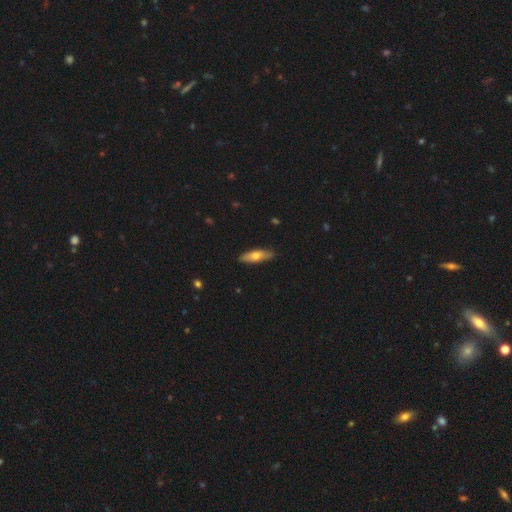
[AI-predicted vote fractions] A smooth galaxy with no disk features (61%) that is cigar-shaped (54%).

Vote fractions:
- Smooth or featured? smooth: 61% / featured or disk: 33% / star or artifact: 6%
- How rounded? cigar-shaped: 54% / in between: 43% / round: 2%
- Merging? none: 88% / minor disturbance: 10% / major disturbance: 2% / merger: 1%